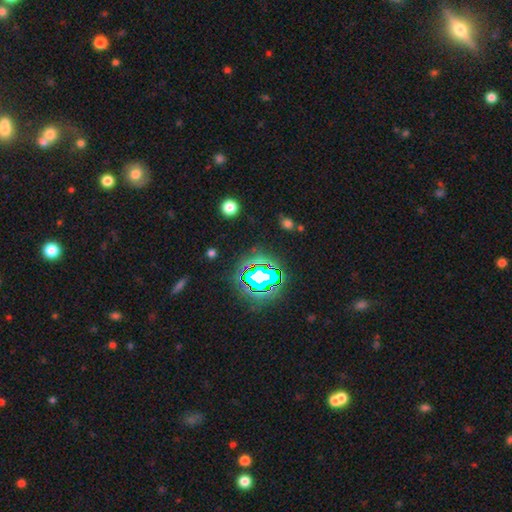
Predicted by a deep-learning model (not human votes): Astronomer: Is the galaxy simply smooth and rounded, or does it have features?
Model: star or artifact — 79%.